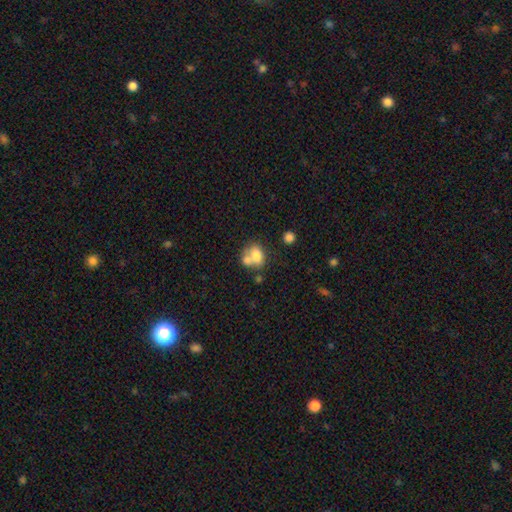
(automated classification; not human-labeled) Q: Smooth or featured?
A: smooth (73%); runner-up: featured or disk (17%)
Q: How rounded?
A: in between (67%); runner-up: round (32%)
Q: Merging?
A: merger (52%); runner-up: none (32%)